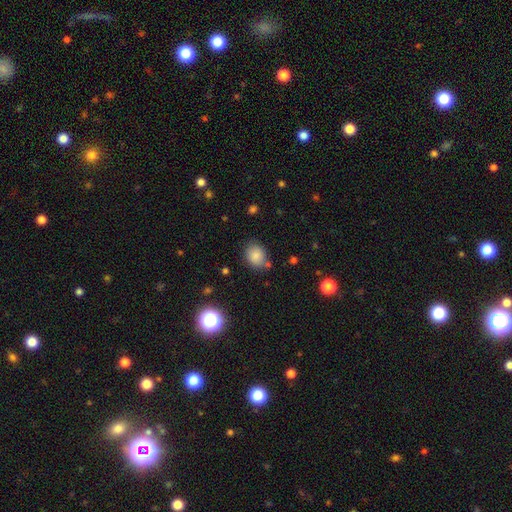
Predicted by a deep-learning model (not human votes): Smooth or featured: smooth — 83% (star or artifact — 11%)
How rounded: round — 56% (in between — 43%)
Merging: none — 74% (minor disturbance — 16%)